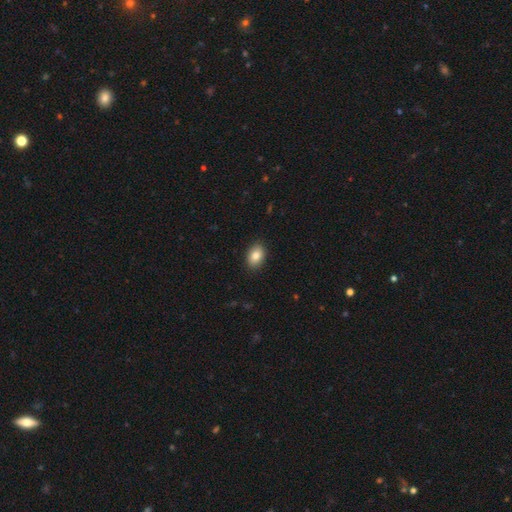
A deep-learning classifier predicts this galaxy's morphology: This appears to be a smooth galaxy with no disk features (84%) that is in between round and cigar-shaped (81%). Merging: none (89%).